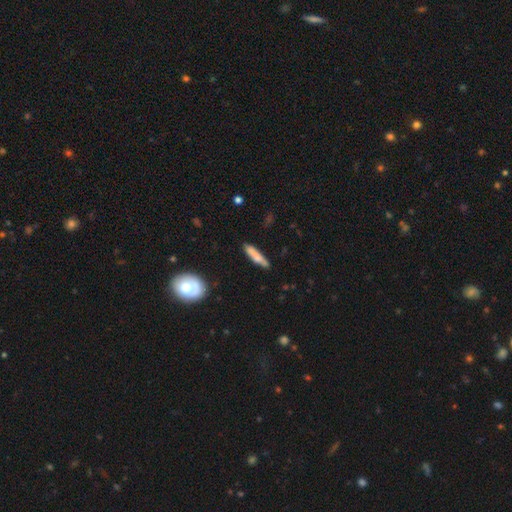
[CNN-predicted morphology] Smooth or featured? Predicted: smooth (p=0.71). How rounded? Predicted: cigar-shaped (p=0.85). Merging? Predicted: none (p=0.77).